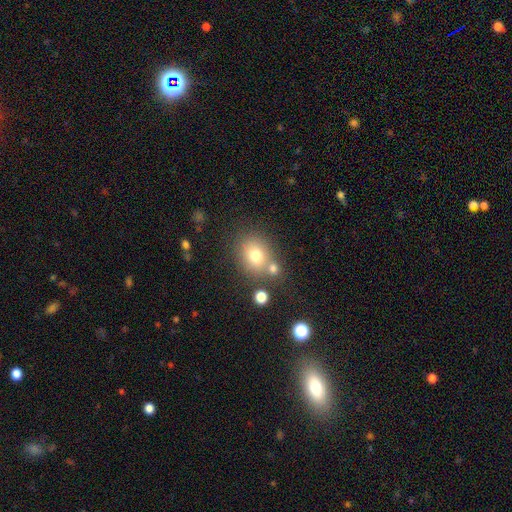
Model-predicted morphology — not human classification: A smooth galaxy with no disk features (73%) that is round (62%).

Vote fractions:
- Smooth or featured? smooth: 73% / featured or disk: 14% / star or artifact: 13%
- How rounded? round: 62% / in between: 37% / cigar-shaped: 1%
- Merging? none: 61% / merger: 22% / minor disturbance: 12% / major disturbance: 5%